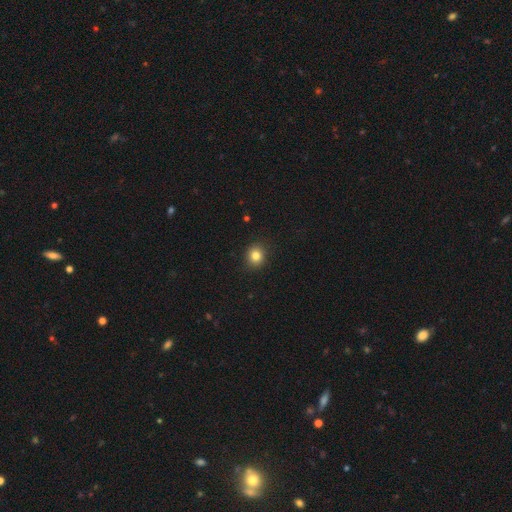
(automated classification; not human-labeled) Smooth or featured: smooth — 83% (star or artifact — 12%)
How rounded: round — 82% (in between — 17%)
Merging: none — 91% (minor disturbance — 7%)